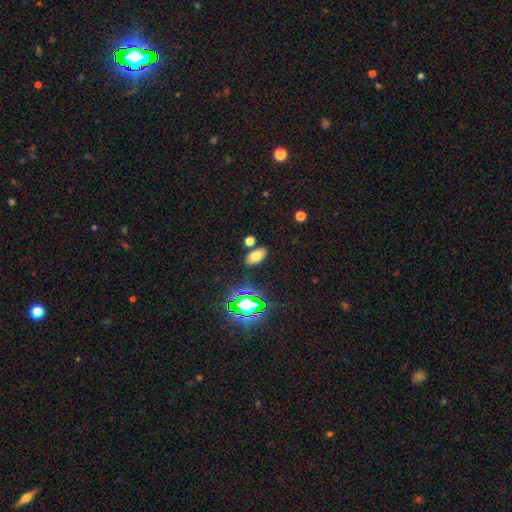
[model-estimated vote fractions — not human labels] Q: Smooth or featured?
A: smooth (71%); runner-up: star or artifact (19%)
Q: How rounded?
A: in between (91%); runner-up: round (6%)
Q: Merging?
A: none (81%); runner-up: minor disturbance (9%)